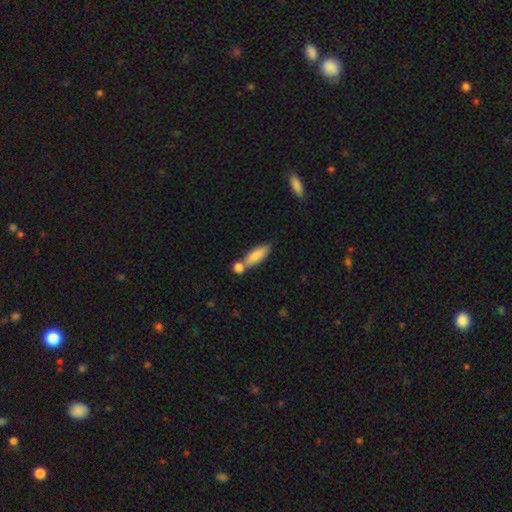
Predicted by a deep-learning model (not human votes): Smooth or featured? Predicted: smooth (p=0.82). How rounded? Predicted: in between (p=0.60). Merging? Predicted: none (p=0.47).